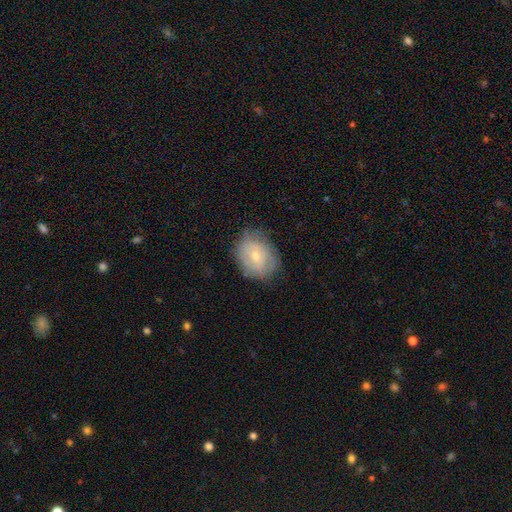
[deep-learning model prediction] Smooth or featured? Predicted: smooth (p=0.54). How rounded? Predicted: in between (p=0.51). Merging? Predicted: none (p=0.70).